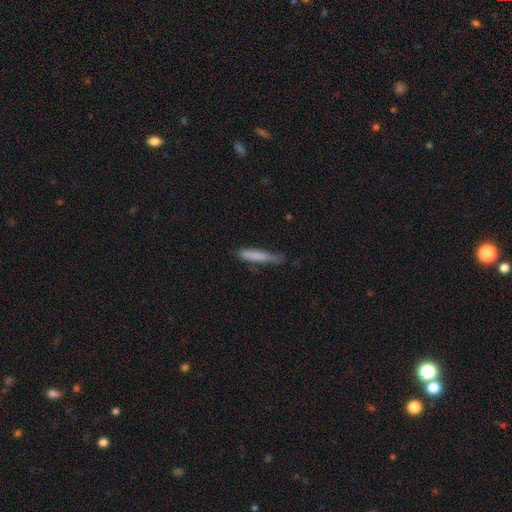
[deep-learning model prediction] This appears to be a smooth galaxy with no disk features (75%) that is cigar-shaped (93%). Merging: none (62%).